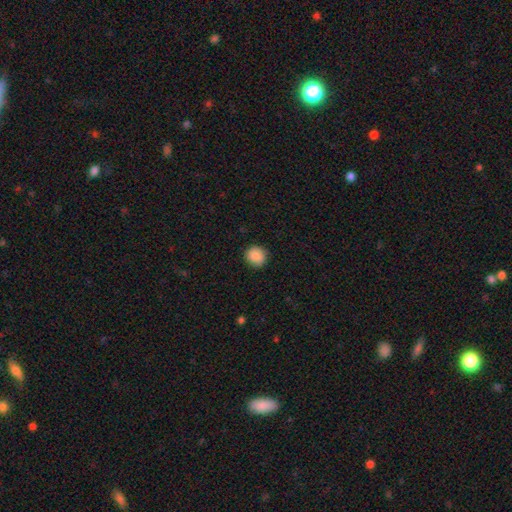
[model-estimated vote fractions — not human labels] Overall: smooth (87%). How rounded: round (91%). Merging: none (88%).